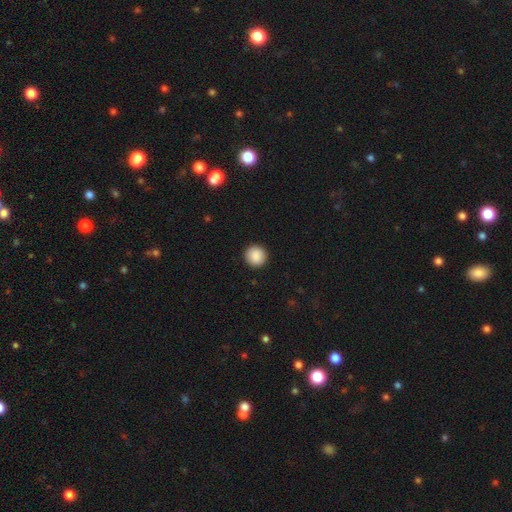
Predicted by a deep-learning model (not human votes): This appears to be a smooth galaxy with no disk features (89%) that is round (94%). Merging: none (92%).